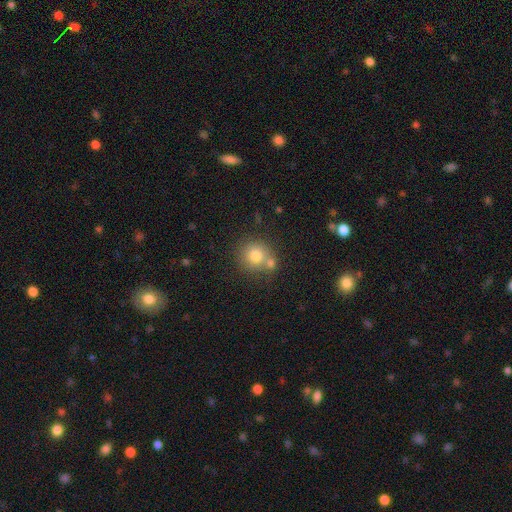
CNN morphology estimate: Smooth or featured? Predicted: smooth (p=0.77). How rounded? Predicted: round (p=0.89). Merging? Predicted: none (p=0.59).